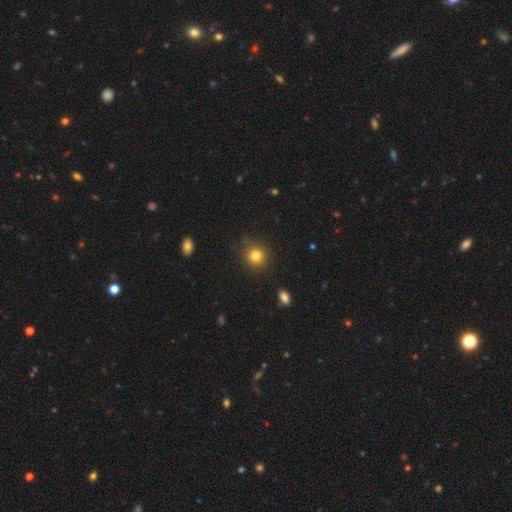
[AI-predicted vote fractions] This is clearly a smooth galaxy (81%). How rounded: clearly round (90%). Merging: clearly none (85%).